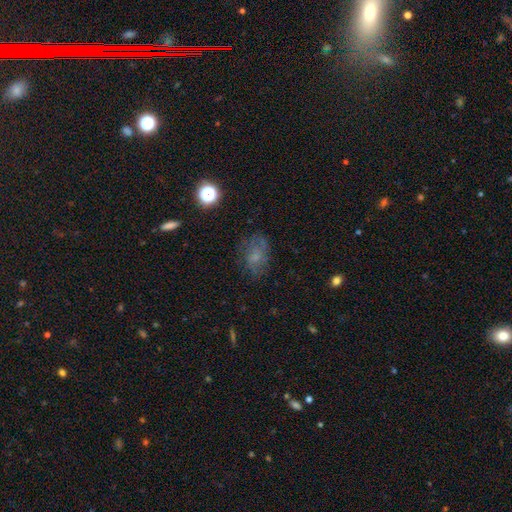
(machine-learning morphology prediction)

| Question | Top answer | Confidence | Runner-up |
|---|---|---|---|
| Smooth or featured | smooth | 49% | featured or disk (34%) |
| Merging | none | 61% | minor disturbance (22%) |